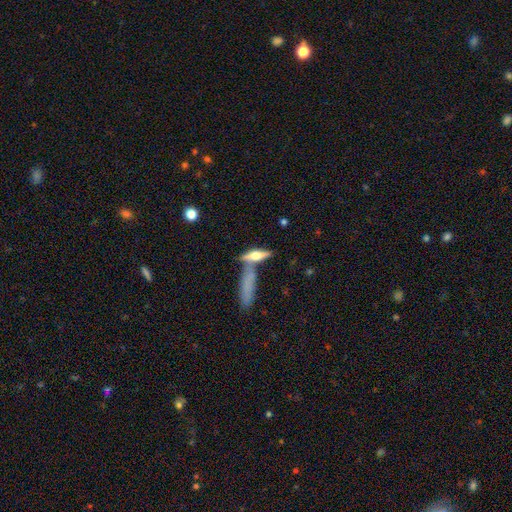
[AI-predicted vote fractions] The model was most divided on "smooth or featured": smooth: 48%, featured or disk: 45%, star or artifact: 8%. More confident: merging — none (56%).